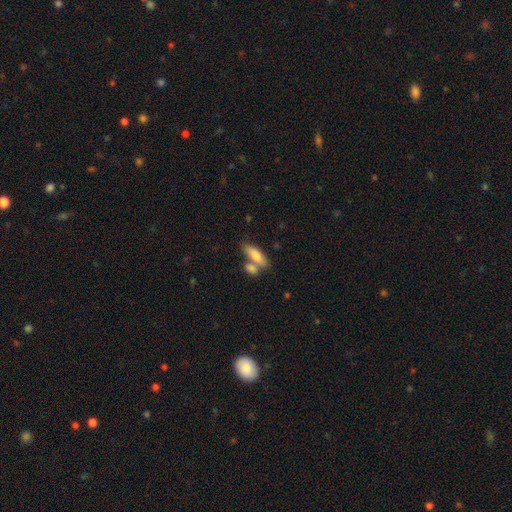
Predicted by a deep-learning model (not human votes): A smooth galaxy with no disk features (76%) that is in between round and cigar-shaped (63%). Merging: none (46%).